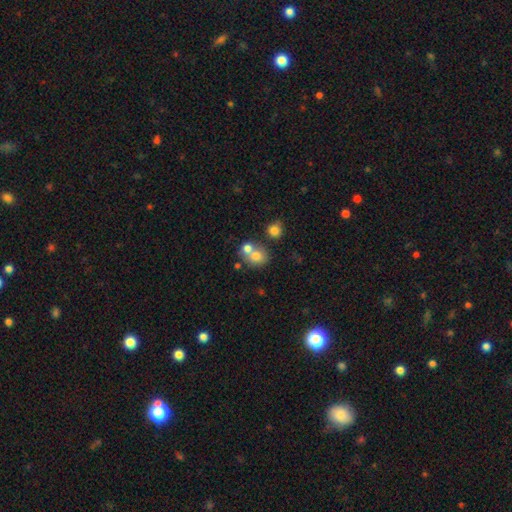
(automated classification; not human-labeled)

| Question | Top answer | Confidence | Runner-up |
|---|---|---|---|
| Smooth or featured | smooth | 72% | featured or disk (16%) |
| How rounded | round | 72% | in between (27%) |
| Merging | merger | 48% | none (41%) |